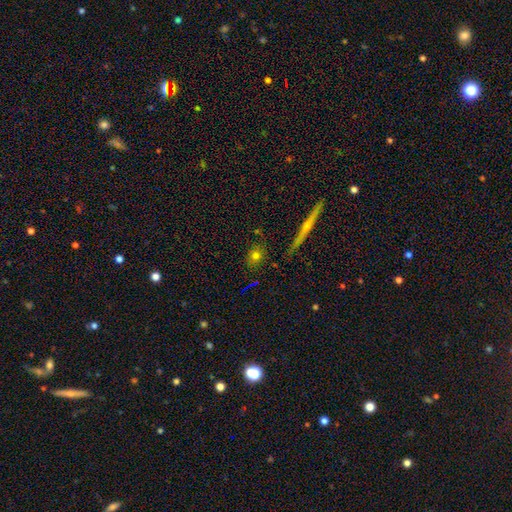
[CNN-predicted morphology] Smooth or featured? Predicted: smooth (p=0.69). How rounded? Predicted: round (p=0.59). Merging? Predicted: none (p=0.82).